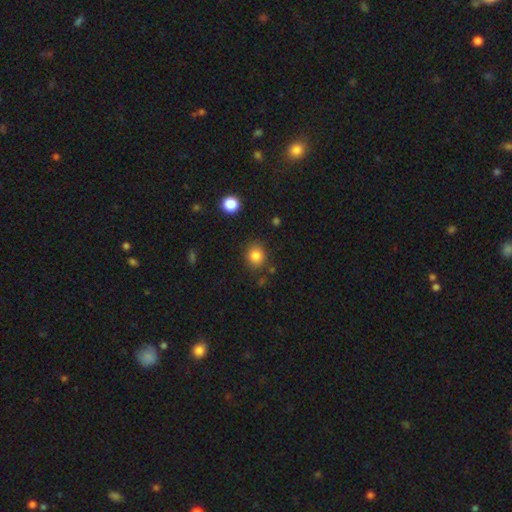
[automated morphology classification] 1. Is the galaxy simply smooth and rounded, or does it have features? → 83% smooth, 11% star or artifact, 5% featured or disk.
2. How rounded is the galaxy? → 77% round, 22% in between, 1% cigar-shaped.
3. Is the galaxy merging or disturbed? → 83% none, 11% minor disturbance, 3% merger, 3% major disturbance.